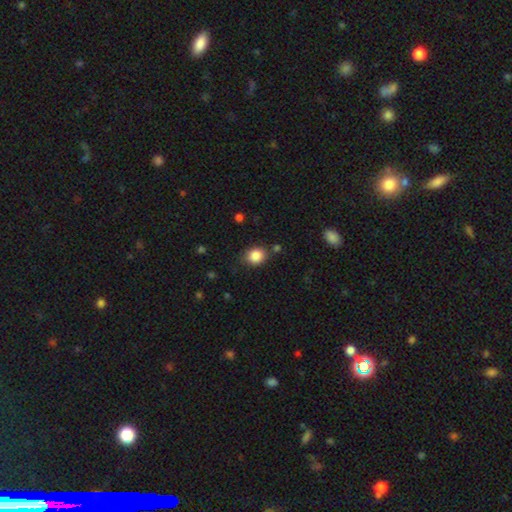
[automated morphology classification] A smooth galaxy with no disk features (86%) that is round (60%).

Vote fractions:
- Smooth or featured? smooth: 86% / star or artifact: 9% / featured or disk: 4%
- How rounded? round: 60% / in between: 39% / cigar-shaped: 1%
- Merging? none: 79% / minor disturbance: 14% / merger: 4% / major disturbance: 4%